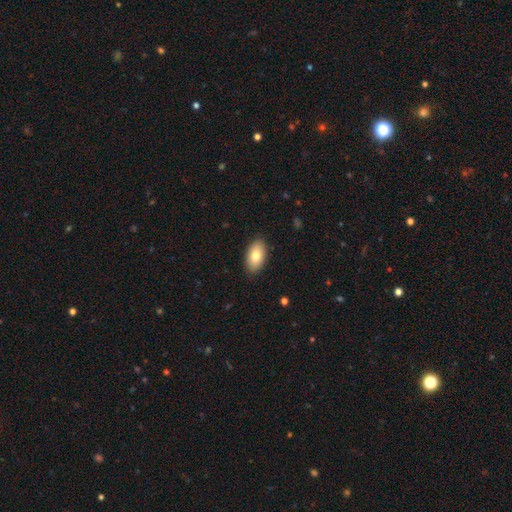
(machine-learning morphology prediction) The model was most divided on "smooth or featured": smooth: 77%, featured or disk: 16%, star or artifact: 7%. More confident: how rounded — in between (93%); merging — none (88%).